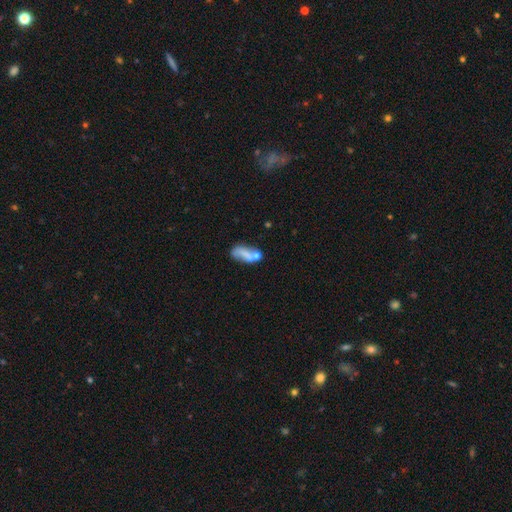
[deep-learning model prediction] This is possibly a smooth galaxy (59%). How rounded: likely in between (77%). Merging: marginally merger (34%).